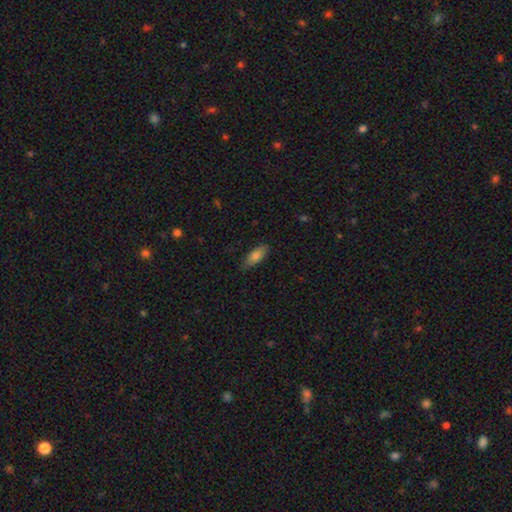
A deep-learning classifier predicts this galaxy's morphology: smooth 79%, featured or disk 14%, star or artifact 7%. Down the decision tree: how rounded — in between (71%); merging — none (83%).